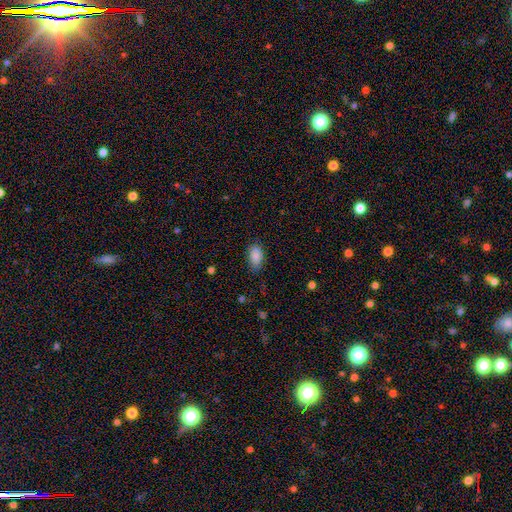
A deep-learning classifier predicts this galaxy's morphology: A smooth galaxy with no disk features (86%) that is in between round and cigar-shaped (93%). Merging: none (74%).